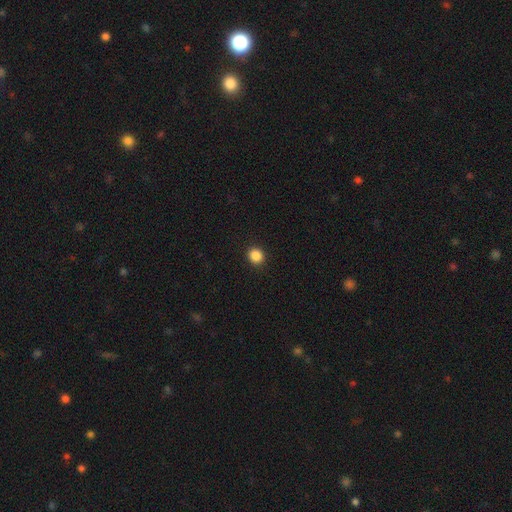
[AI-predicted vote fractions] Smooth or featured?
  - smooth: 87% *
  - star or artifact: 10%
  - featured or disk: 3%
How rounded?
  - round: 85% *
  - in between: 14%
  - cigar-shaped: 1%
Merging?
  - none: 92% *
  - minor disturbance: 5%
  - major disturbance: 2%
  - merger: 1%